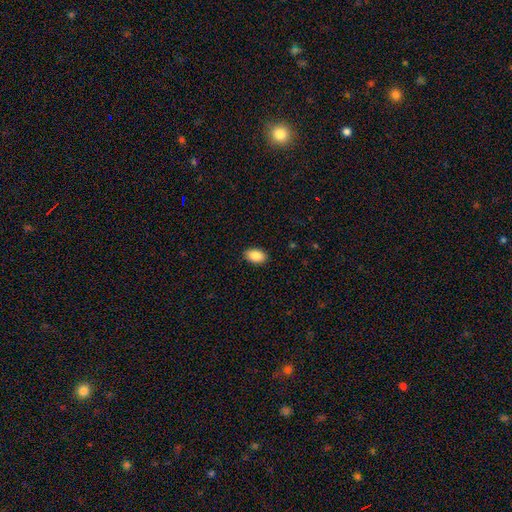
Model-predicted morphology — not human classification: smooth-or-featured: smooth: 88% | star or artifact: 7% | featured or disk: 4%
  how-rounded: in between: 91% | round: 8% | cigar-shaped: 1%
  merging: none: 89% | minor disturbance: 8% | major disturbance: 2% | merger: 1%